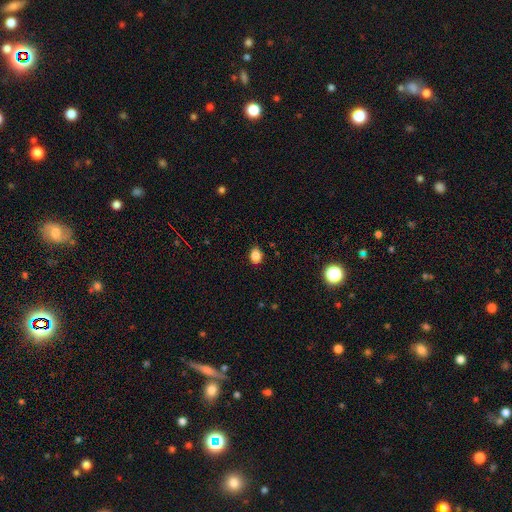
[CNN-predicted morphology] smooth 84%, star or artifact 11%, featured or disk 5%. Down the decision tree: how rounded — in between (56%); merging — none (83%).